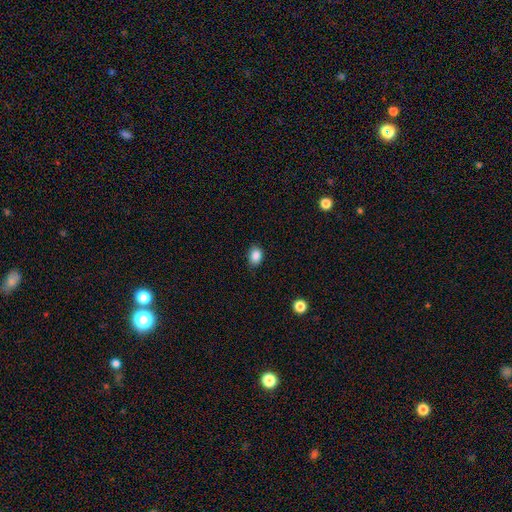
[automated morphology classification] Q: Smooth or featured?
A: smooth (87%); runner-up: star or artifact (9%)
Q: How rounded?
A: in between (69%); runner-up: round (30%)
Q: Merging?
A: none (84%); runner-up: minor disturbance (13%)